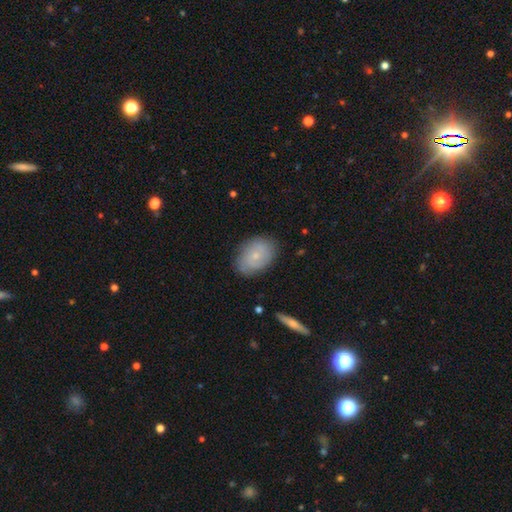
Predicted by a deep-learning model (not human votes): Smooth or featured? smooth (51%)
How rounded? in between (80%)
Merging? none (78%)